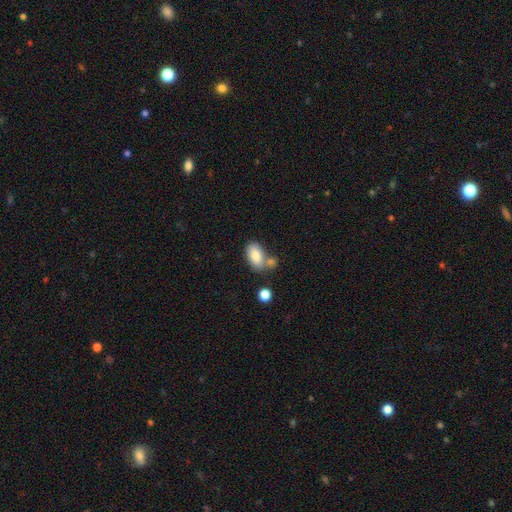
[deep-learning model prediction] This is clearly a smooth galaxy (82%). How rounded: clearly in between (92%). Merging: possibly none (51%).